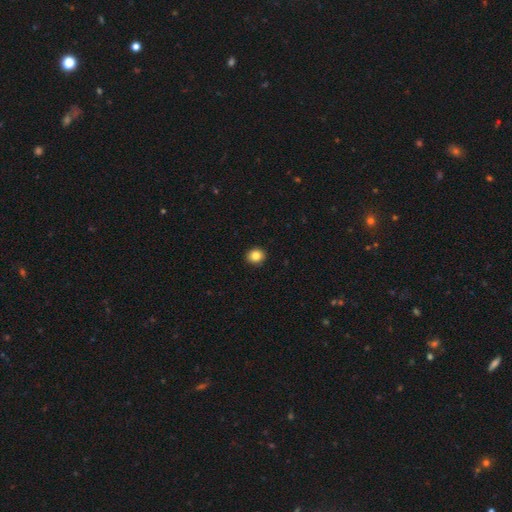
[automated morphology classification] type=smooth (84%); roundness=round (78%); merging=none (93%).